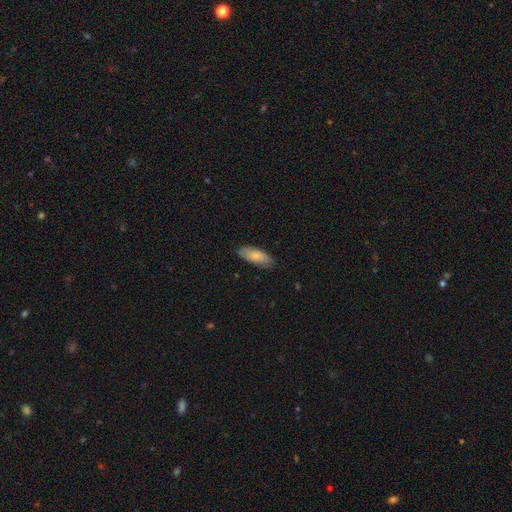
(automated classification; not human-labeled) Smooth or featured: smooth — 81% (featured or disk — 14%)
How rounded: in between — 78% (cigar-shaped — 21%)
Merging: none — 81% (minor disturbance — 15%)